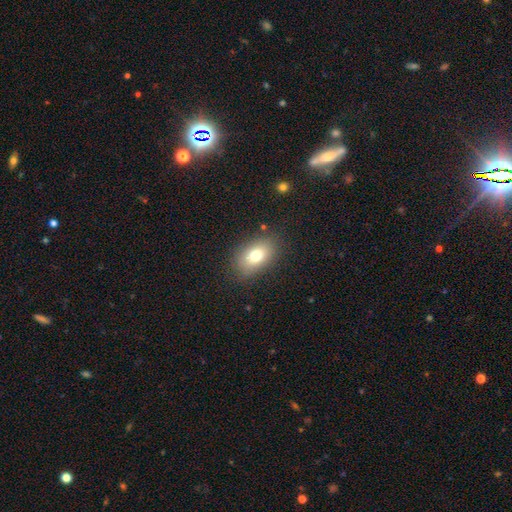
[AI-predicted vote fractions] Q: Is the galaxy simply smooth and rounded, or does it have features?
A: smooth — 75%.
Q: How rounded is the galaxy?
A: in between — 85%.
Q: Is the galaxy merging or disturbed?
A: none — 84%.